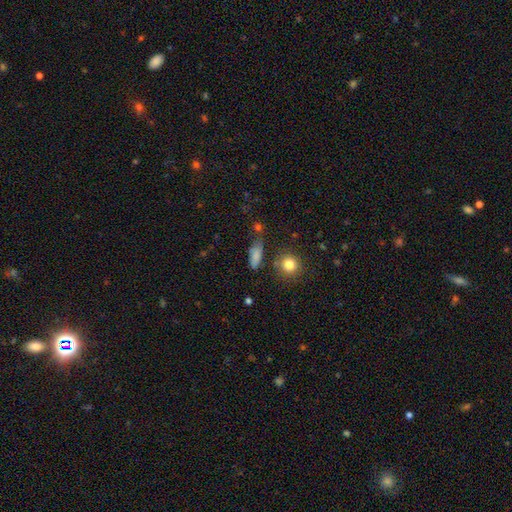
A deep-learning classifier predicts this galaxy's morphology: Smooth or featured: smooth — 78% (star or artifact — 11%)
How rounded: in between — 70% (cigar-shaped — 23%)
Merging: none — 61% (minor disturbance — 23%)